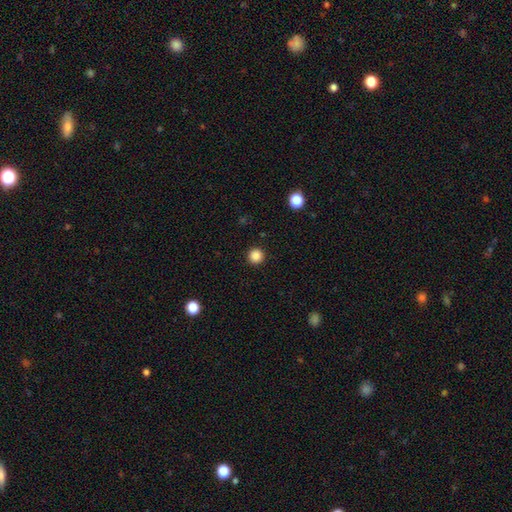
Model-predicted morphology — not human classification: This is clearly a smooth galaxy (86%). How rounded: clearly round (96%). Merging: clearly none (93%).